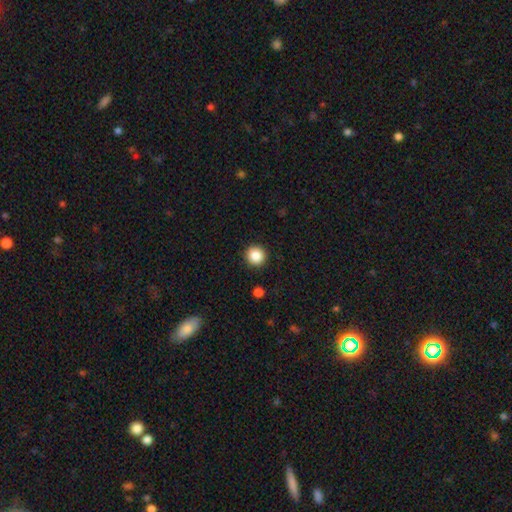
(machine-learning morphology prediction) Smooth or featured: smooth — 86% (star or artifact — 10%)
How rounded: round — 95% (in between — 4%)
Merging: none — 92% (minor disturbance — 5%)